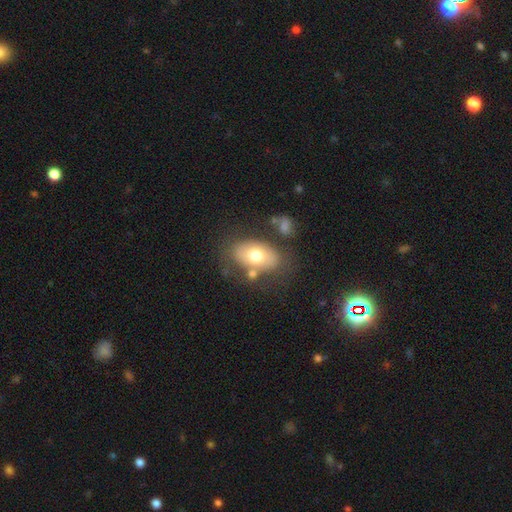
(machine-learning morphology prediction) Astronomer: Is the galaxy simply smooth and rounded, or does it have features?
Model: smooth — 66%.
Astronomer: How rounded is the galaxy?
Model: in between — 88%.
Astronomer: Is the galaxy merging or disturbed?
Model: none — 64%.